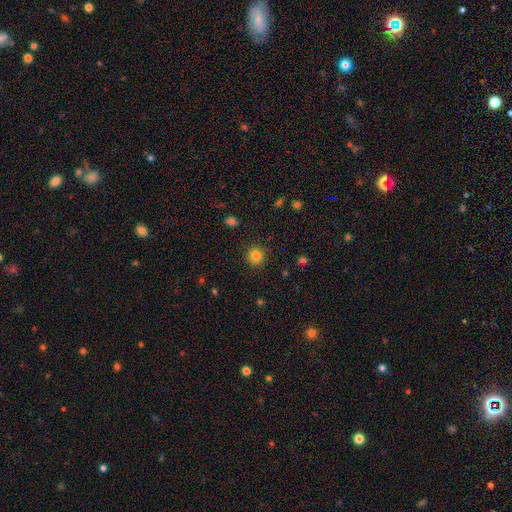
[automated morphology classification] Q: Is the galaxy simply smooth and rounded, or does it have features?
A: smooth — 83%.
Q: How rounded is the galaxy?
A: round — 92%.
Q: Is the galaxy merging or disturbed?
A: none — 90%.